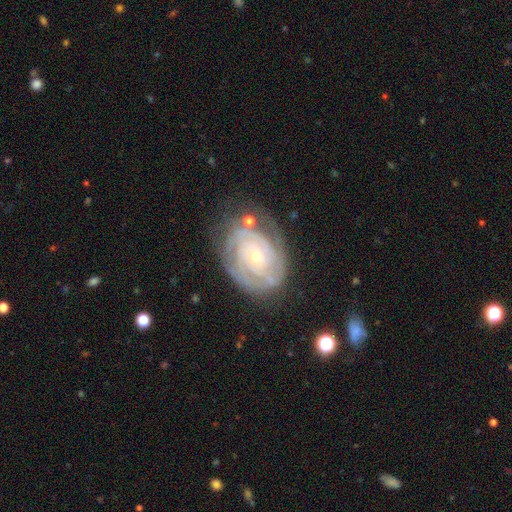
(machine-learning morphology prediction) This appears to be a featured or disk galaxy (84%) with no bar (79%), tight (78%) spiral arms (93%) and a small central bulge (74%). Merging: none (67%).